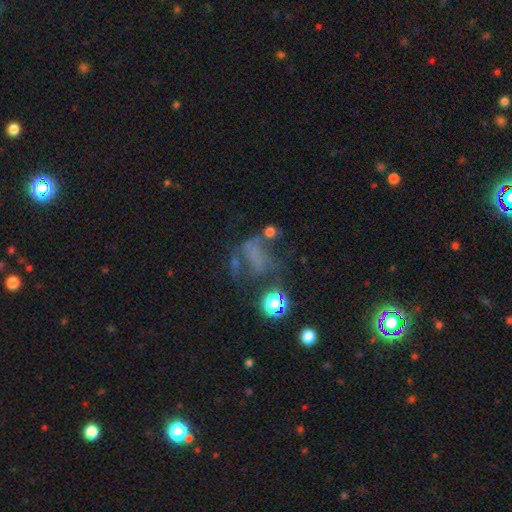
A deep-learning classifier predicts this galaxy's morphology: This is marginally a featured or disk galaxy (37%). Merging: marginally major disturbance (37%).